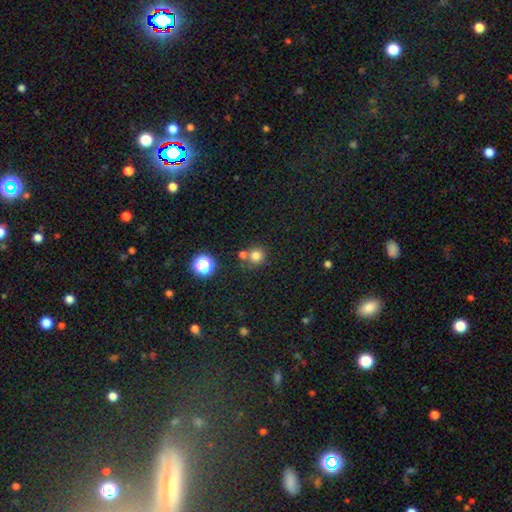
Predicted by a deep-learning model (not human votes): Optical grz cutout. It shows a smooth galaxy with no disk features (78%) that is round (90%). Merging: none (64%).